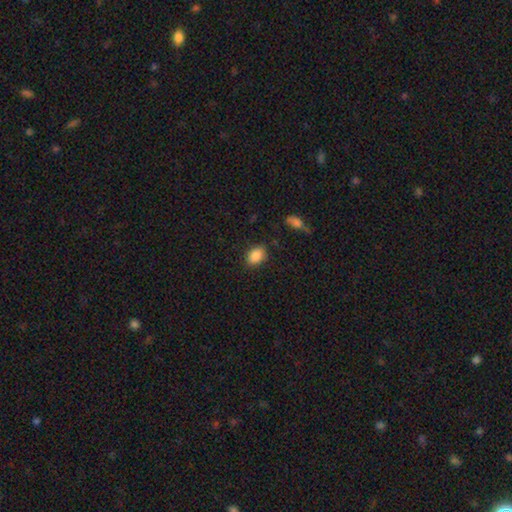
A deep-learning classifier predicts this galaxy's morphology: type=smooth (88%); roundness=in between (77%); merging=none (84%).